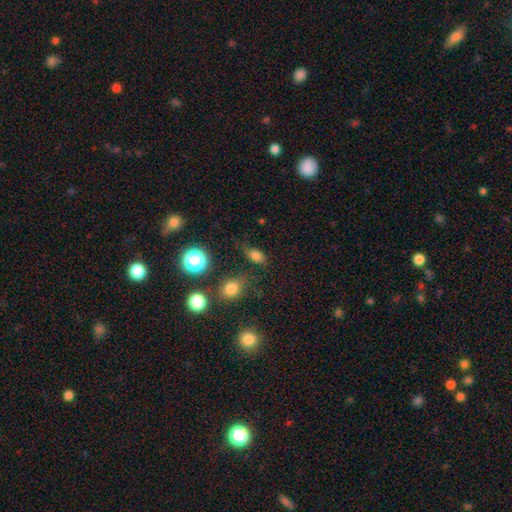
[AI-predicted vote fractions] Morphology: type=smooth (73%); roundness=in between (77%); merging=none (63%).